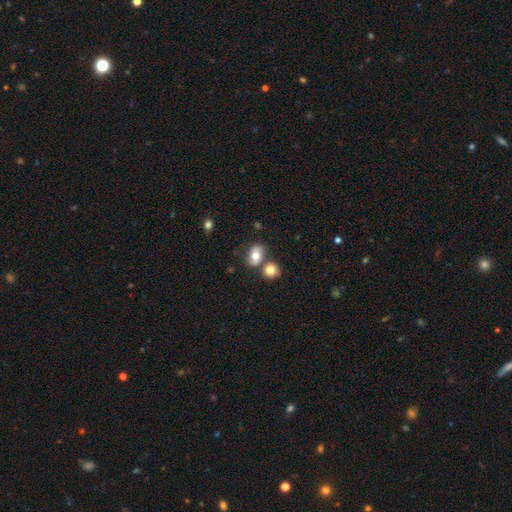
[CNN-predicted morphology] This is likely a smooth galaxy (72%). How rounded: likely in between (73%). Merging: possibly none (55%).